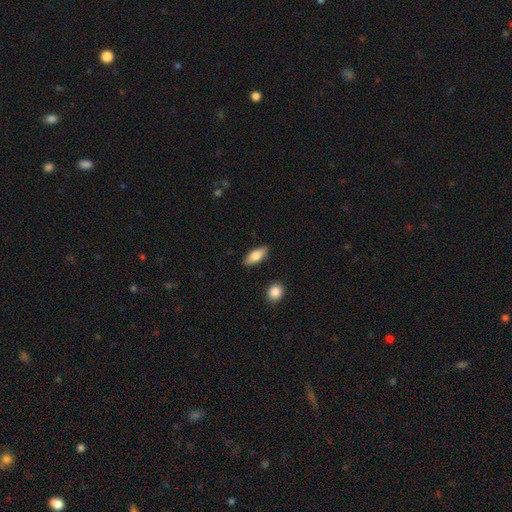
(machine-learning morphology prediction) smooth 79%, featured or disk 15%, star or artifact 6%. Down the decision tree: how rounded — in between (81%); merging — none (86%).